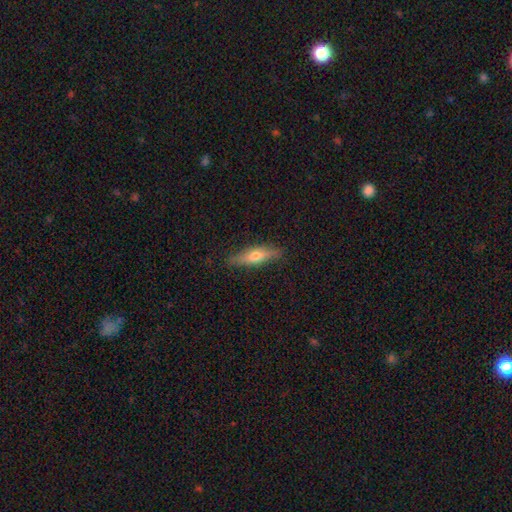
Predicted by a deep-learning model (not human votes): This appears to be a smooth galaxy with no disk features (49%). Merging: none (85%).